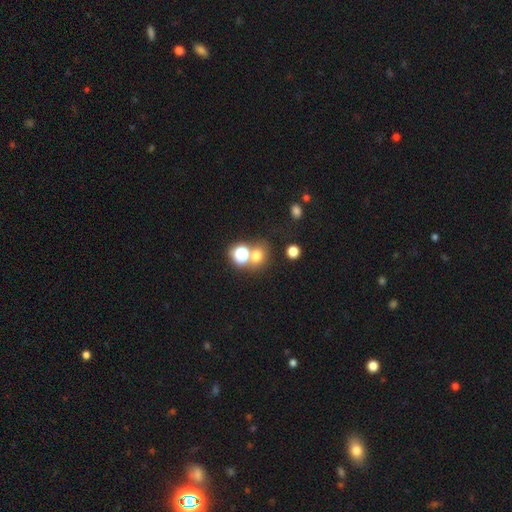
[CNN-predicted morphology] This is likely a smooth galaxy (66%). How rounded: likely round (73%). Merging: possibly none (58%).